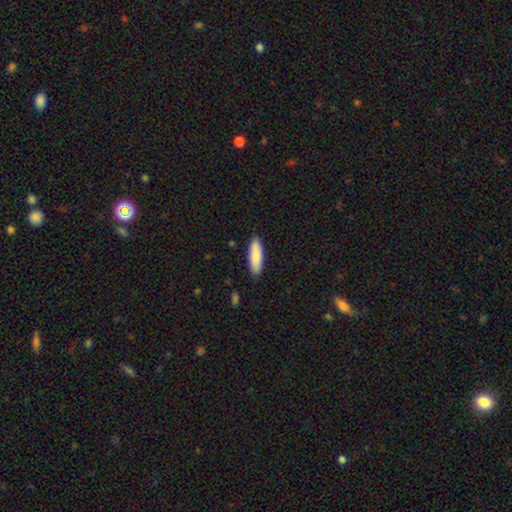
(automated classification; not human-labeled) Smooth or featured? Predicted: smooth (p=0.83). How rounded? Predicted: cigar-shaped (p=0.53). Merging? Predicted: none (p=0.89).